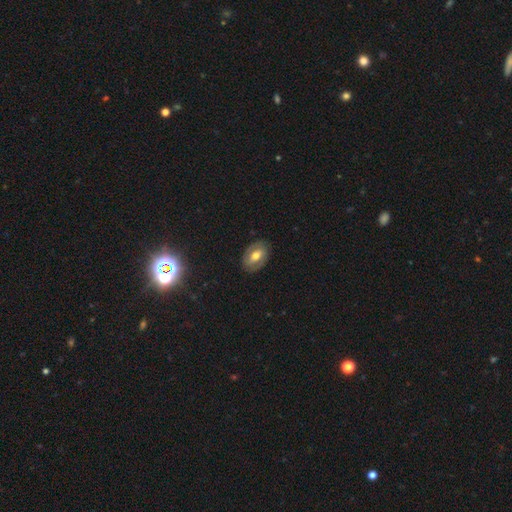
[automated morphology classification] smooth_or_featured: featured or disk (p=0.56) [alt: smooth p=0.36]
disk_edge_on: no (p=0.94) [alt: yes p=0.06]
bar: weak (p=0.42) [alt: no p=0.32]
has_spiral_arms: yes (p=0.65) [alt: no p=0.35]
bulge_size: moderate (p=0.72) [alt: small p=0.15]
merging: none (p=0.82) [alt: minor disturbance p=0.13]